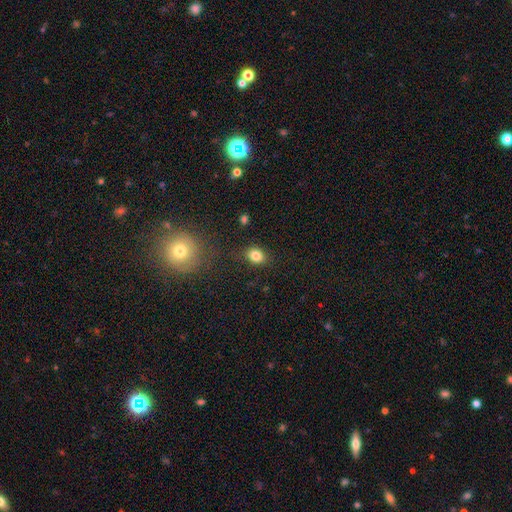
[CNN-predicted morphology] Overall: smooth (83%). How rounded: in between (62%; round 37%). Merging: none (83%).